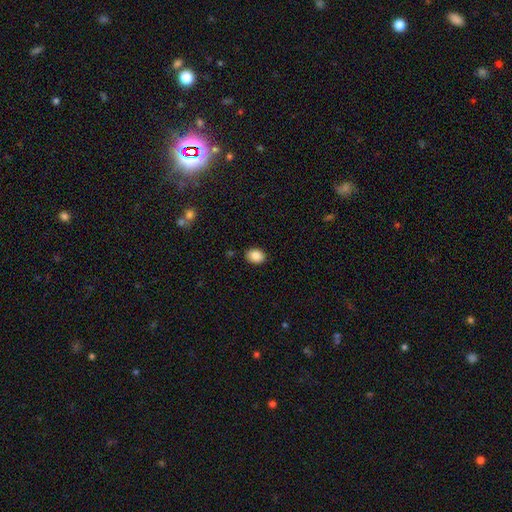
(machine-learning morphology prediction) Q: Smooth or featured?
A: smooth (88%); runner-up: star or artifact (8%)
Q: How rounded?
A: in between (66%); runner-up: round (33%)
Q: Merging?
A: none (87%); runner-up: minor disturbance (9%)